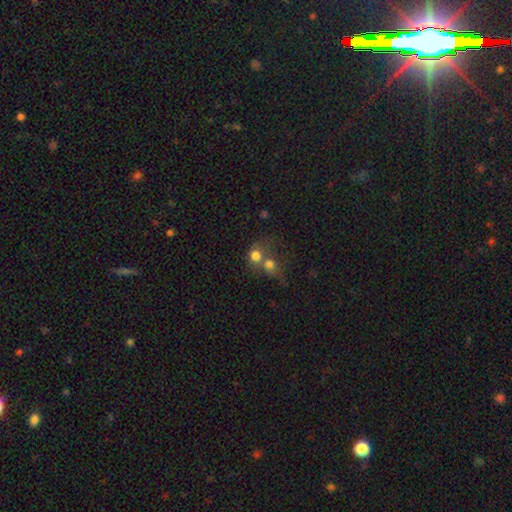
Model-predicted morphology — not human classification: Overall: smooth (74%). How rounded: round (75%). Merging: merger (64%; none 24%).